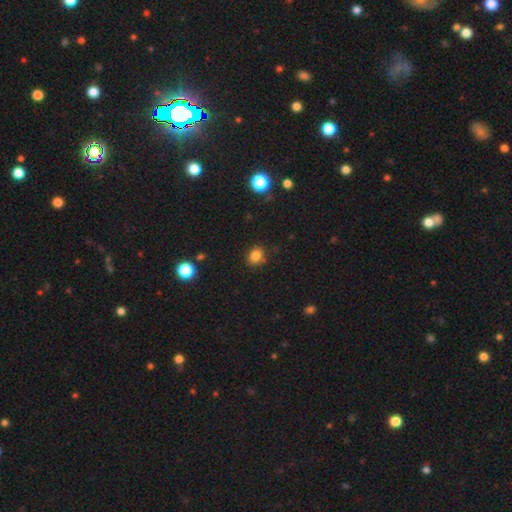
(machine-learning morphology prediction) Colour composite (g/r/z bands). It shows a smooth galaxy with no disk features (82%) that is round (62%). Merging: none (84%).